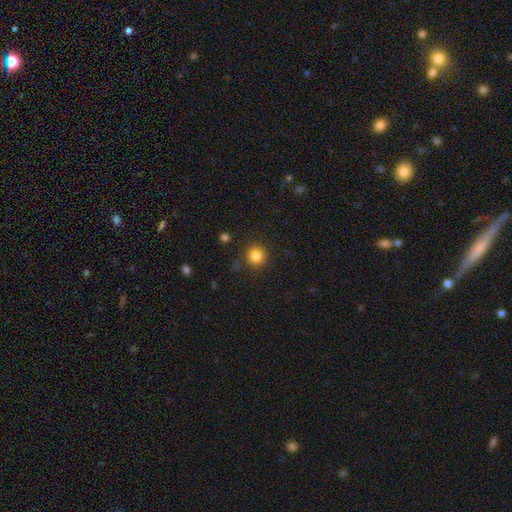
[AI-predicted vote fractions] Smooth or featured: smooth — 83% (star or artifact — 12%)
How rounded: round — 94% (in between — 5%)
Merging: none — 88% (minor disturbance — 8%)